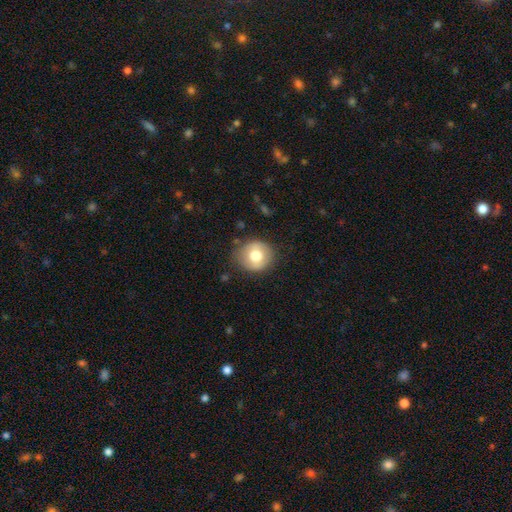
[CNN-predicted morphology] The model was most divided on "smooth or featured": smooth: 71%, featured or disk: 22%, star or artifact: 8%. More confident: how rounded — round (82%); merging — none (79%).